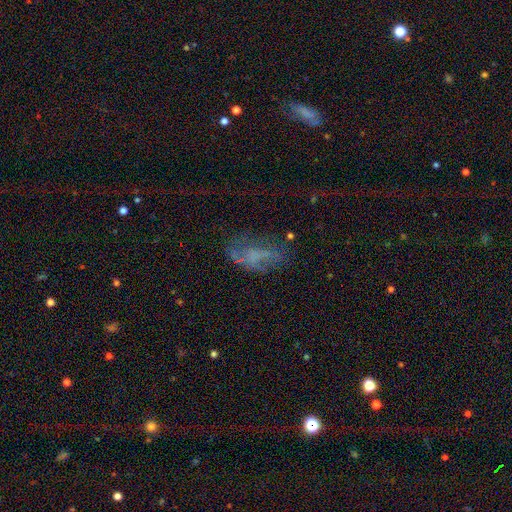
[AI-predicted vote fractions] Smooth or featured? Predicted: featured or disk (p=0.44). Merging? Predicted: none (p=0.44).